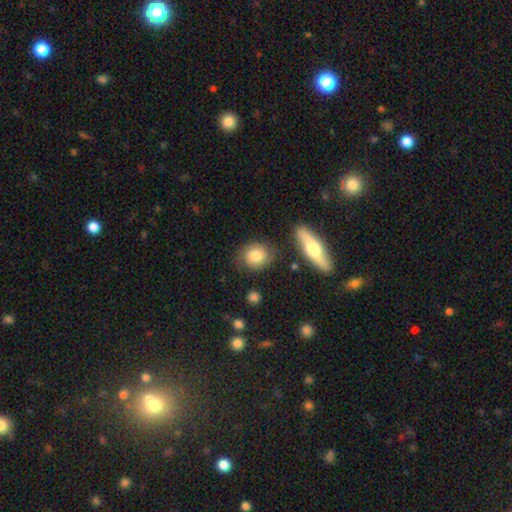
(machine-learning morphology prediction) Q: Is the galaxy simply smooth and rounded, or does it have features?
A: smooth — 71%.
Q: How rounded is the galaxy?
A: round — 69%.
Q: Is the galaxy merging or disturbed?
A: none — 75%.